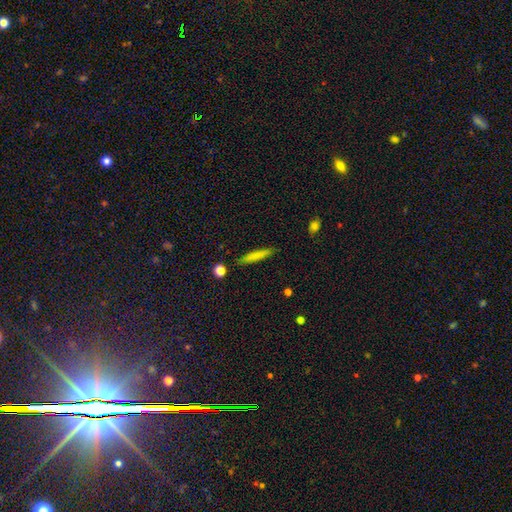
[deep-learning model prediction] Smooth or featured: smooth — 75% (featured or disk — 18%)
How rounded: cigar-shaped — 92% (in between — 6%)
Merging: none — 87% (minor disturbance — 9%)